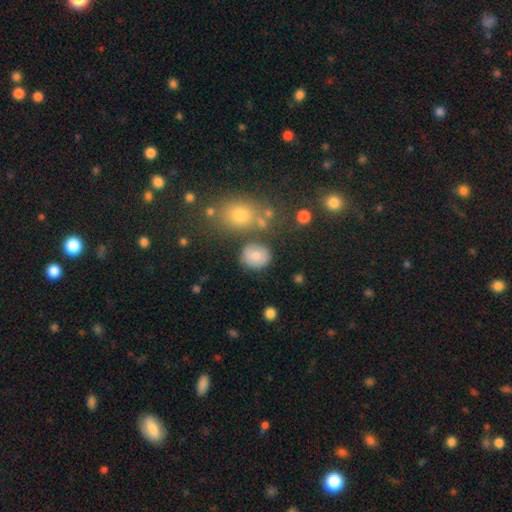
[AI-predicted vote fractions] Smooth or featured? Predicted: smooth (p=0.76). How rounded? Predicted: round (p=0.78). Merging? Predicted: none (p=0.75).